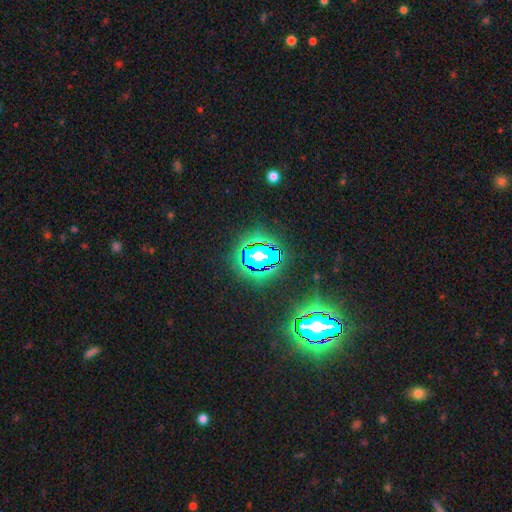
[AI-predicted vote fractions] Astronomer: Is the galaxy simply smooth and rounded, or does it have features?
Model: star or artifact — 68%.